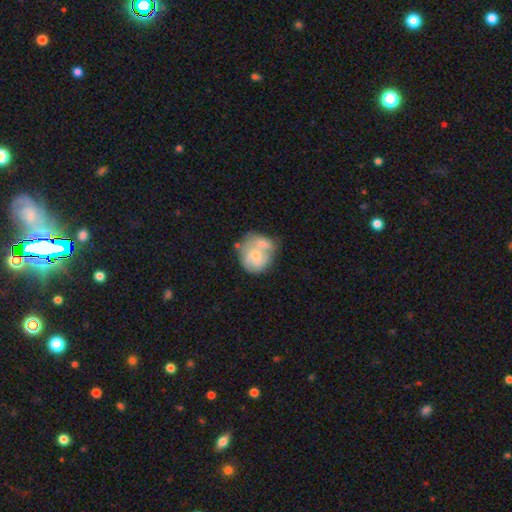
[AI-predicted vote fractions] This appears to be a smooth galaxy with no disk features (56%) that is round (73%). Merging: merger (60%).